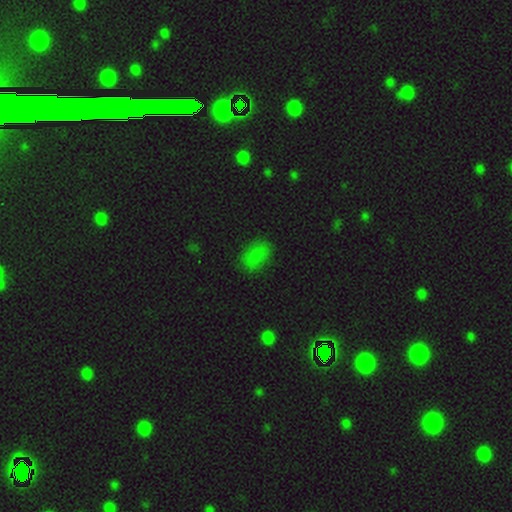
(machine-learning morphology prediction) Q: Smooth or featured?
A: smooth (78%); runner-up: star or artifact (15%)
Q: How rounded?
A: in between (83%); runner-up: round (15%)
Q: Merging?
A: none (77%); runner-up: minor disturbance (17%)